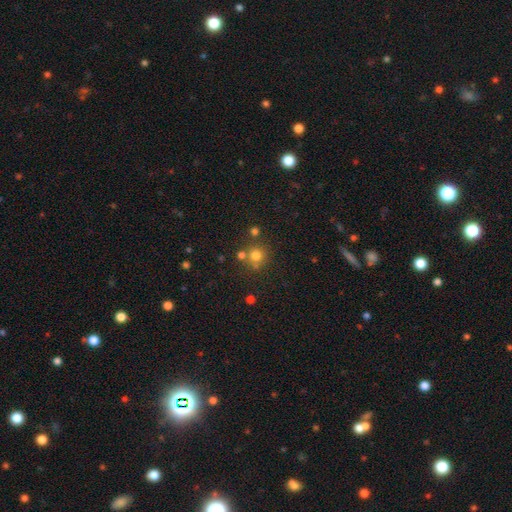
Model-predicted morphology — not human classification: A smooth galaxy with no disk features (73%) that is round (91%).

Vote fractions:
- Smooth or featured? smooth: 73% / star or artifact: 18% / featured or disk: 9%
- How rounded? round: 91% / in between: 8% / cigar-shaped: 1%
- Merging? none: 68% / merger: 19% / minor disturbance: 9% / major disturbance: 4%